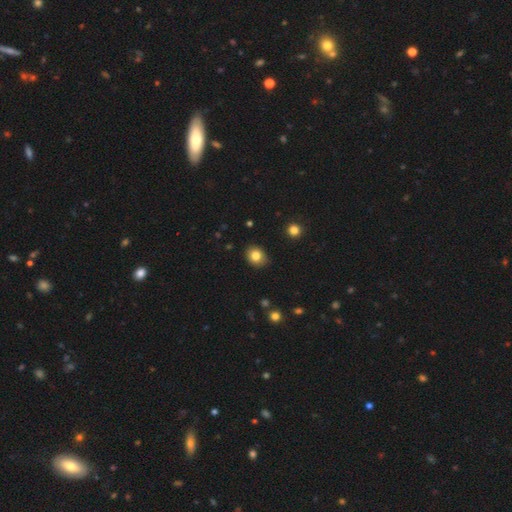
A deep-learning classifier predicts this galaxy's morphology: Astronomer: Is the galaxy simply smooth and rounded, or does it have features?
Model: smooth — 81%.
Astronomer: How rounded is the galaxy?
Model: round — 59% (runner-up: in between, 40%).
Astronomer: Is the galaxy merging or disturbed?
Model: none — 85%.